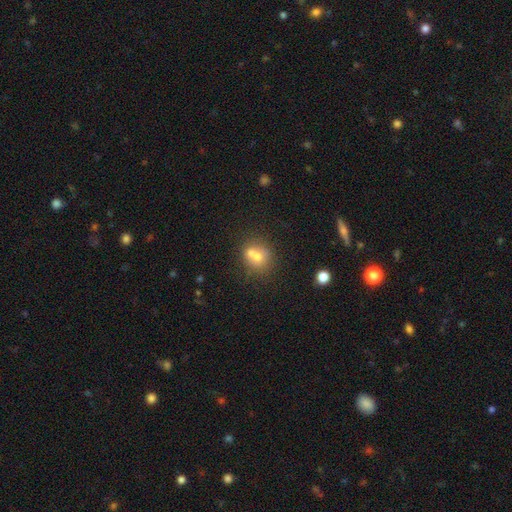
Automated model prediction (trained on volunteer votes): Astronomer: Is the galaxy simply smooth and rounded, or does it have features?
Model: smooth — 65%.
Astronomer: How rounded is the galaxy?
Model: round — 74%.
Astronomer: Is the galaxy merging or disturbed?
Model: merger — 48% (runner-up: none, 38%).